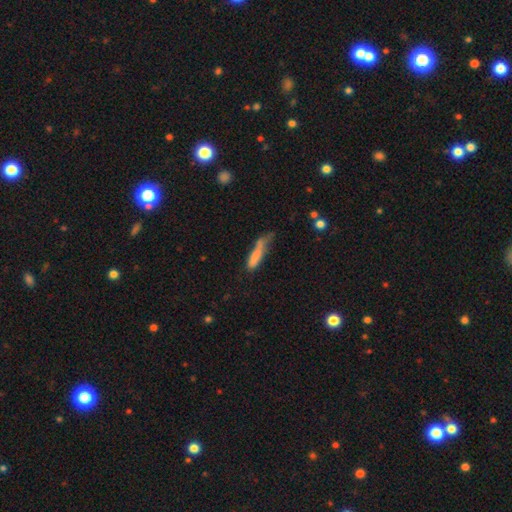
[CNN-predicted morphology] This is likely a smooth galaxy (76%). How rounded: likely cigar-shaped (76%). Merging: marginally minor disturbance (34%).